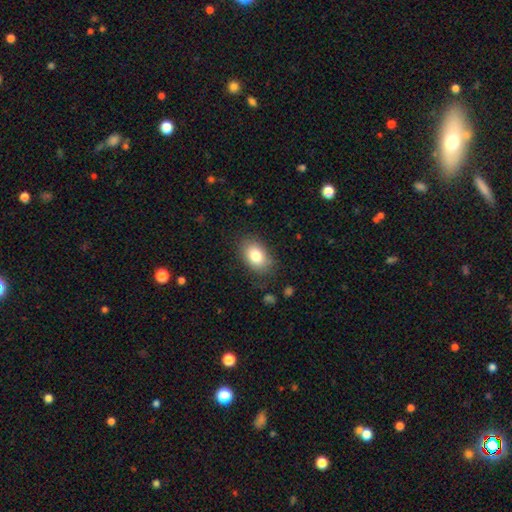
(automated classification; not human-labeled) A smooth galaxy with no disk features (82%) that is in between round and cigar-shaped (85%).

Vote fractions:
- Smooth or featured? smooth: 82% / featured or disk: 10% / star or artifact: 8%
- How rounded? in between: 85% / round: 14% / cigar-shaped: 1%
- Merging? none: 81% / minor disturbance: 14% / major disturbance: 4% / merger: 1%